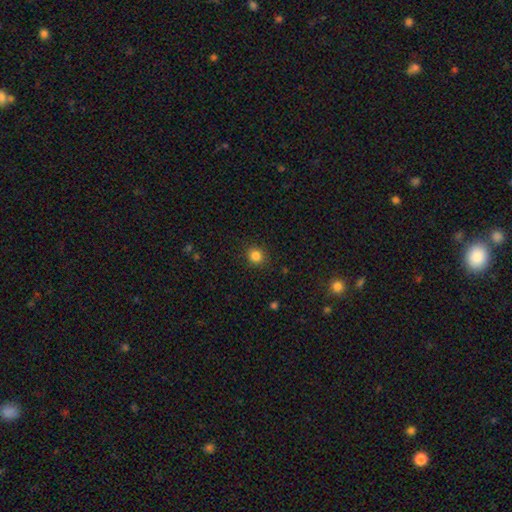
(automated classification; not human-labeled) The model was most divided on "smooth or featured": smooth: 84%, star or artifact: 12%, featured or disk: 4%. More confident: merging — none (90%); how rounded — round (87%).